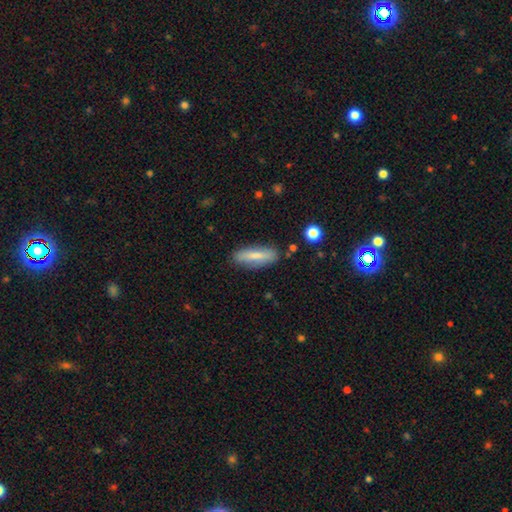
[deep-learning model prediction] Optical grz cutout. It shows a smooth galaxy with no disk features (73%) that is cigar-shaped (57%). Merging: none (83%).